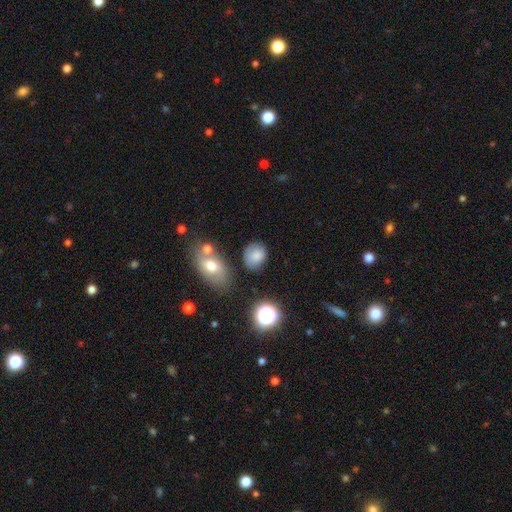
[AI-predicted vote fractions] smooth-or-featured: smooth: 79% | star or artifact: 12% | featured or disk: 9%
  how-rounded: round: 52% | in between: 47% | cigar-shaped: 1%
  merging: none: 68% | minor disturbance: 20% | major disturbance: 6% | merger: 6%